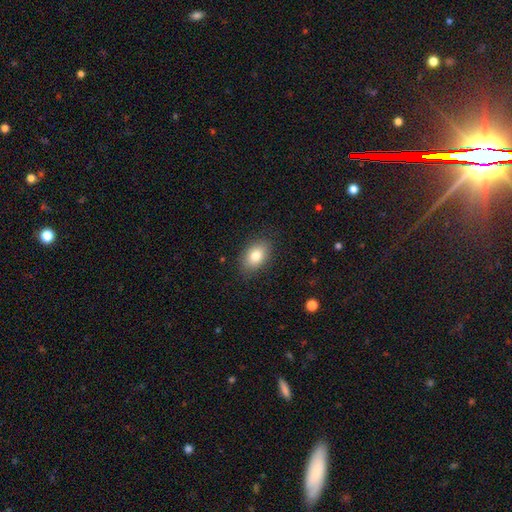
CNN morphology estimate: The model was most divided on "smooth or featured": smooth: 83%, featured or disk: 10%, star or artifact: 8%. More confident: how rounded — in between (88%); merging — none (85%).